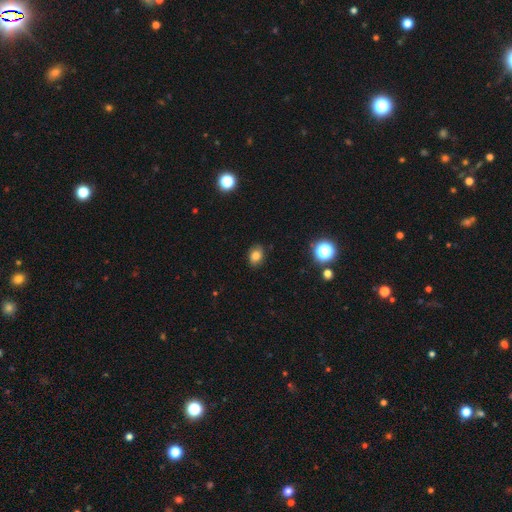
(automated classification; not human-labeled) Smooth or featured? smooth (78%)
How rounded? in between (60%)
Merging? none (83%)